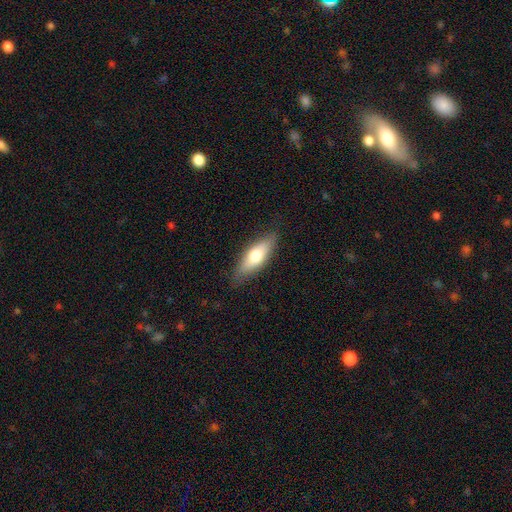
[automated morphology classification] Smooth or featured? smooth (64%)
How rounded? in between (57%)
Merging? none (81%)